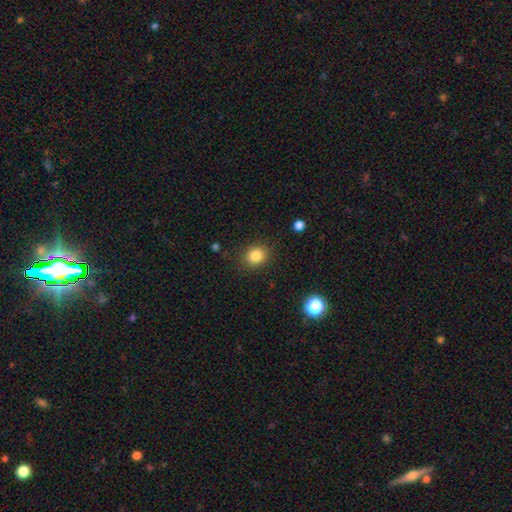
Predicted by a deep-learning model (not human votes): Overall: smooth (85%). How rounded: round (70%). Merging: none (87%).